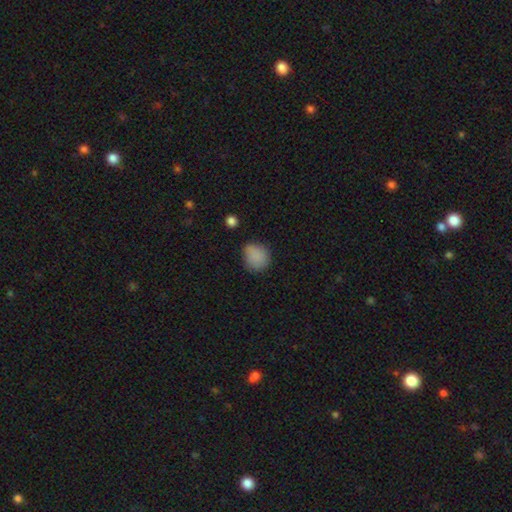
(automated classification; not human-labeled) This appears to be a smooth galaxy with no disk features (86%) that is round (77%). Merging: none (72%).